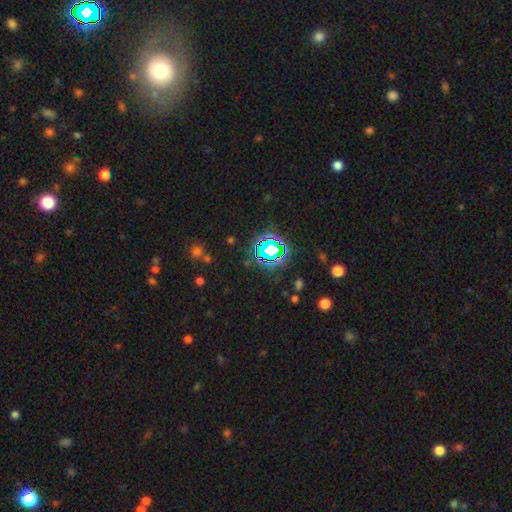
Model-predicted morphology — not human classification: smooth-or-featured: star or artifact: 77% | smooth: 15% | featured or disk: 8%